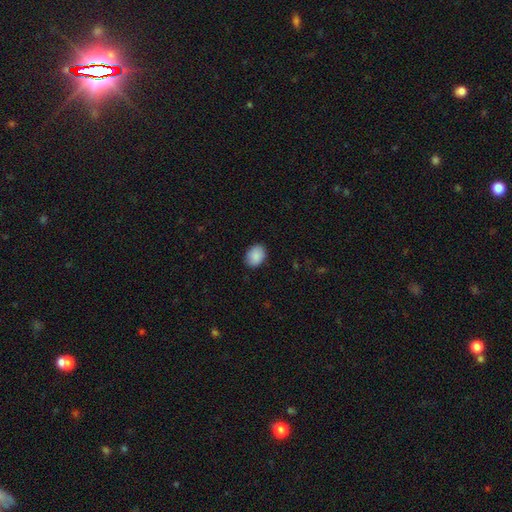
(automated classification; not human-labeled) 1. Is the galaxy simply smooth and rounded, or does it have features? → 89% smooth, 7% star or artifact, 4% featured or disk.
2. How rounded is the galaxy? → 65% in between, 34% round, 1% cigar-shaped.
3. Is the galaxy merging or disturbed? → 87% none, 10% minor disturbance, 2% major disturbance, 1% merger.